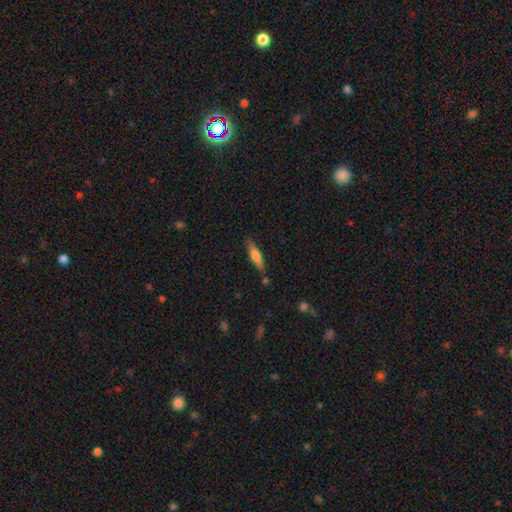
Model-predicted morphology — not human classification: This appears to be a smooth galaxy with no disk features (53%) that is cigar-shaped (80%). Merging: none (83%).